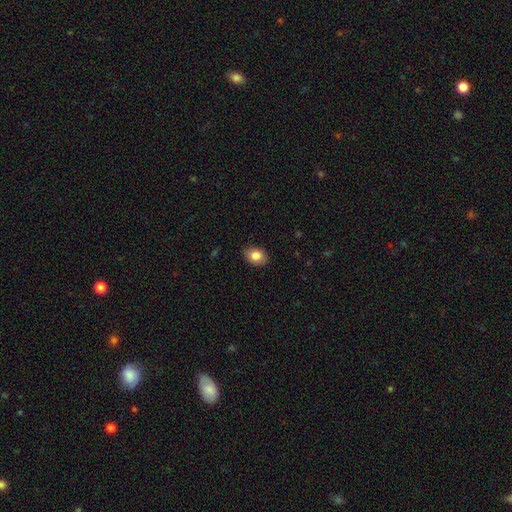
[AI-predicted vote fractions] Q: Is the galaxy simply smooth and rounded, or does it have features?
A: smooth — 84%.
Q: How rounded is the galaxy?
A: in between — 71%.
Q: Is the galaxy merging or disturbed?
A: none — 86%.